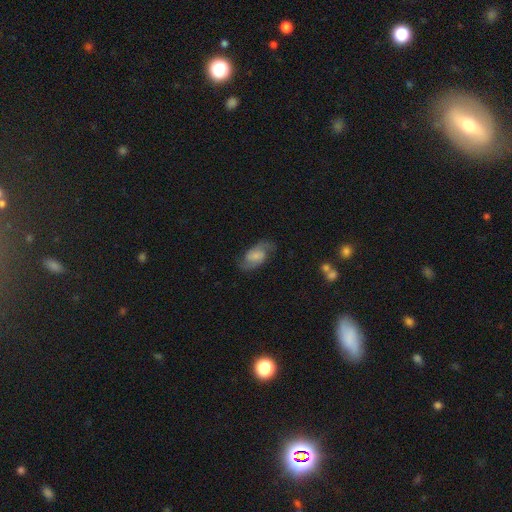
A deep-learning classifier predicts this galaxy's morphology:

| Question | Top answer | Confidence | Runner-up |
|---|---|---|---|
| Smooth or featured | featured or disk | 70% | smooth (23%) |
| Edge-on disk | no | 96% | yes (4%) |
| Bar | no | 49% | weak (42%) |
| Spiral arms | yes | 94% | no (6%) |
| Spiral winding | medium | 49% | loose (32%) |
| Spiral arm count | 2 | 89% | can't tell (5%) |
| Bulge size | small | 40% | moderate (26%) |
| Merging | none | 73% | minor disturbance (17%) |